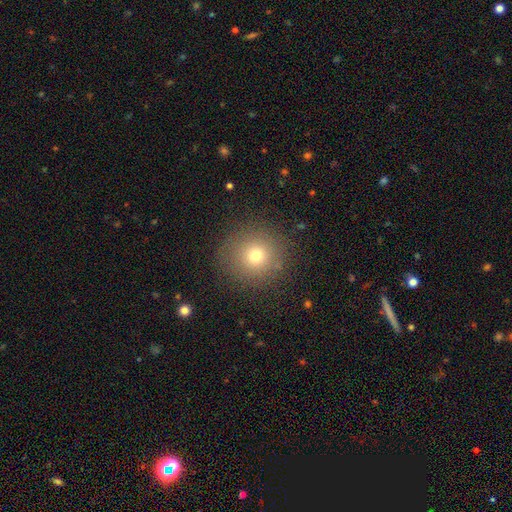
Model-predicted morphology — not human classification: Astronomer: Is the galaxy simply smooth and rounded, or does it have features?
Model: smooth — 73%.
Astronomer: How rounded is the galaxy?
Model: round — 93%.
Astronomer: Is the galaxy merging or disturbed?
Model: none — 87%.